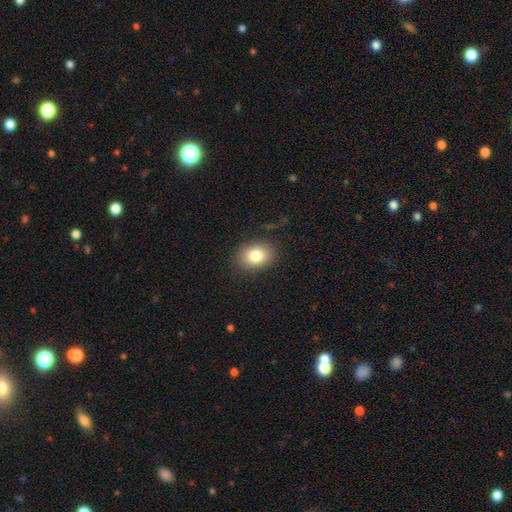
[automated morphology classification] Q: Smooth or featured?
A: smooth (81%); runner-up: star or artifact (10%)
Q: How rounded?
A: in between (62%); runner-up: round (38%)
Q: Merging?
A: none (85%); runner-up: minor disturbance (10%)